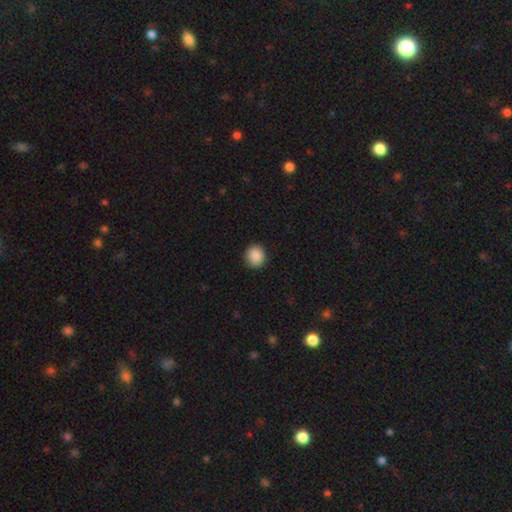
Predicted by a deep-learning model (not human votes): The model was most divided on "how rounded": round: 87%, in between: 12%, cigar-shaped: 1%. More confident: merging — none (91%); smooth or featured — smooth (88%).